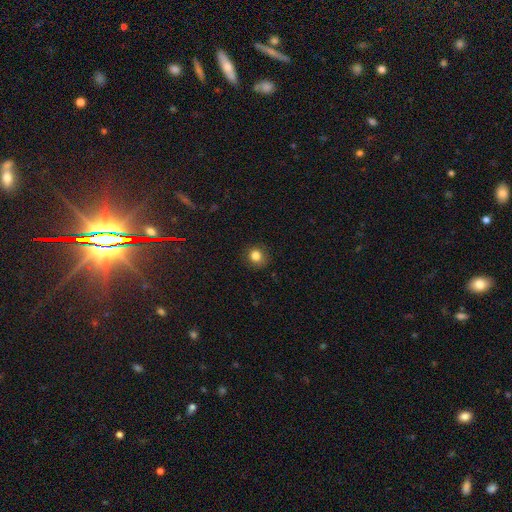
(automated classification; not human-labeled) Q: Smooth or featured?
A: smooth (82%); runner-up: star or artifact (12%)
Q: How rounded?
A: round (87%); runner-up: in between (13%)
Q: Merging?
A: none (86%); runner-up: minor disturbance (10%)